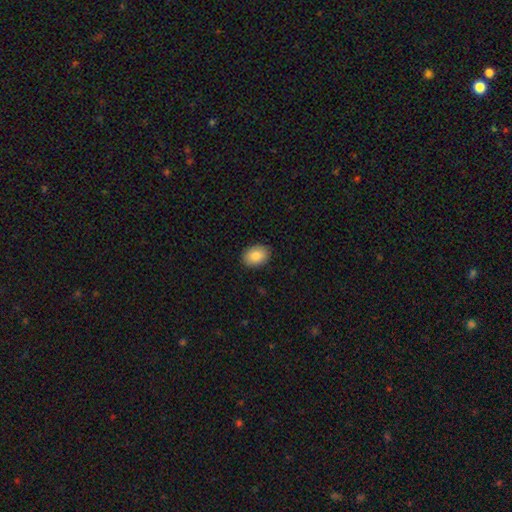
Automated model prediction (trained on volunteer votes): Smooth or featured? Predicted: smooth (p=0.86). How rounded? Predicted: in between (p=0.75). Merging? Predicted: none (p=0.89).